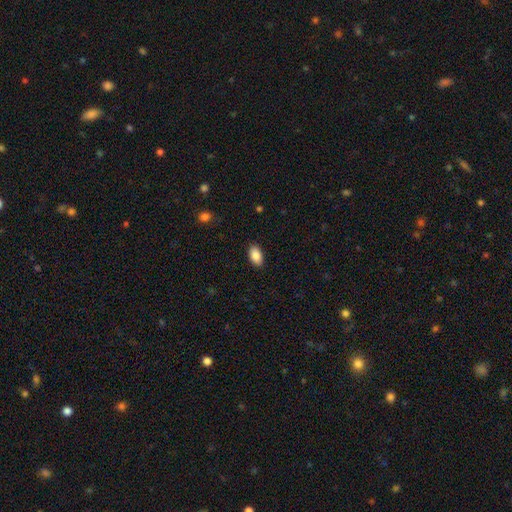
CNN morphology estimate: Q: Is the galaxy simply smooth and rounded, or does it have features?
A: smooth — 88%.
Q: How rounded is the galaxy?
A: in between — 94%.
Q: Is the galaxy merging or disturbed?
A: none — 89%.